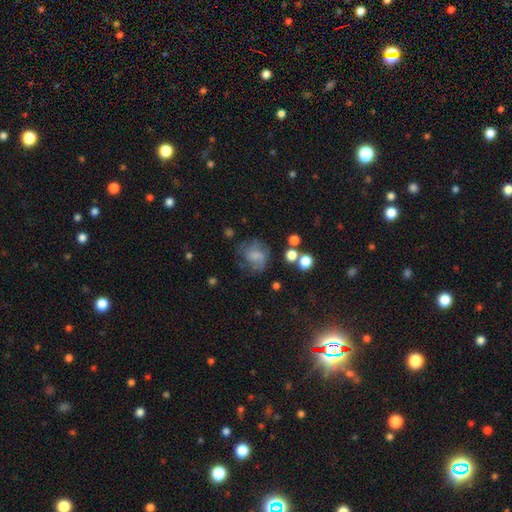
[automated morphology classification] Smooth or featured: smooth — 52% (featured or disk — 37%)
How rounded: round — 61% (in between — 38%)
Merging: none — 51% (minor disturbance — 23%)